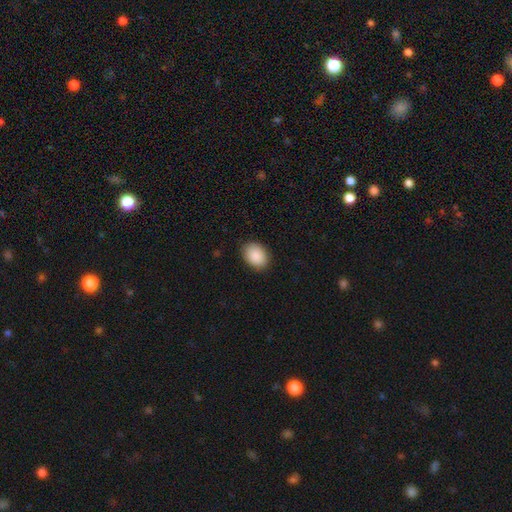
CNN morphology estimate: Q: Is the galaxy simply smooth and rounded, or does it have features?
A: smooth — 90%.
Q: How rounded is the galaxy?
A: in between — 75%.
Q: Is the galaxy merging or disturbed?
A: none — 88%.